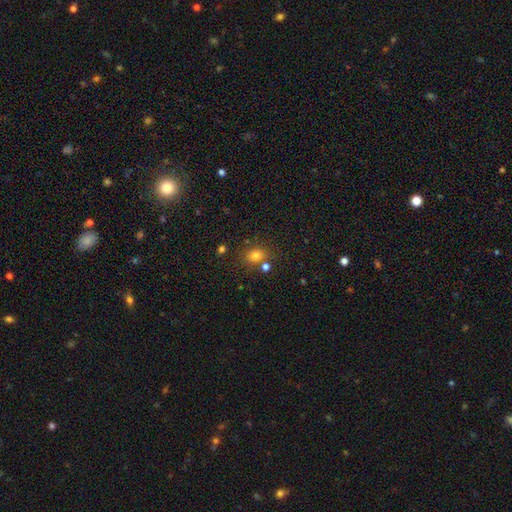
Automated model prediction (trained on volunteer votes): Smooth or featured?
  - smooth: 77% *
  - star or artifact: 16%
  - featured or disk: 8%
How rounded?
  - round: 57% *
  - in between: 42%
  - cigar-shaped: 1%
Merging?
  - none: 72% *
  - minor disturbance: 12%
  - merger: 12%
  - major disturbance: 4%